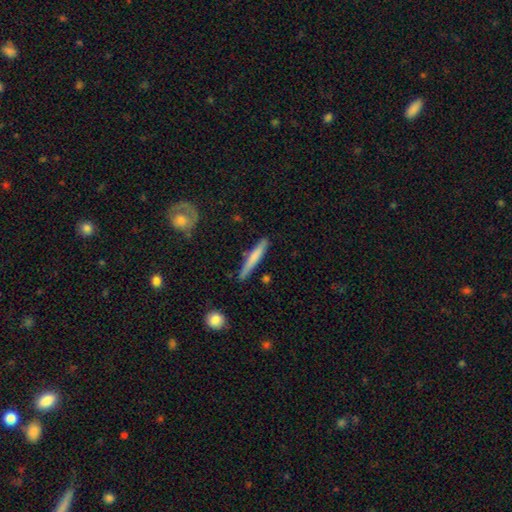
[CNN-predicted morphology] This appears to be a smooth galaxy with no disk features (57%) that is cigar-shaped (94%). Merging: none (85%).